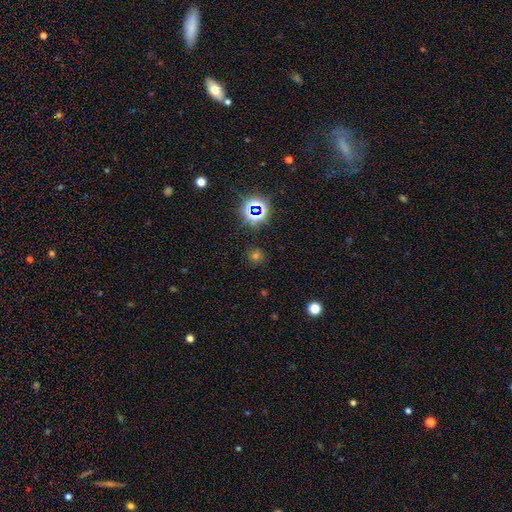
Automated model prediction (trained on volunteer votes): smooth-or-featured: smooth: 47% | star or artifact: 46% | featured or disk: 7%
  merging: none: 86% | minor disturbance: 9% | major disturbance: 3% | merger: 2%